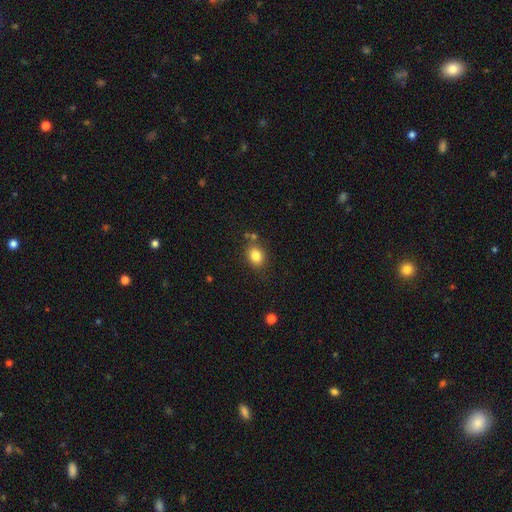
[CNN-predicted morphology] smooth-or-featured: smooth: 83% | star or artifact: 10% | featured or disk: 7%
  how-rounded: round: 50% | in between: 49% | cigar-shaped: 1%
  merging: none: 76% | minor disturbance: 13% | merger: 7% | major disturbance: 4%